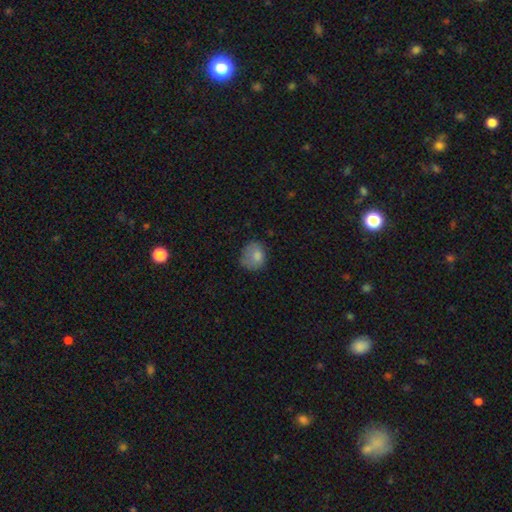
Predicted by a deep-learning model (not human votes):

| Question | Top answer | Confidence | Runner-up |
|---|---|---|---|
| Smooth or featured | smooth | 77% | featured or disk (14%) |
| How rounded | round | 68% | in between (31%) |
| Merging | none | 53% | minor disturbance (29%) |